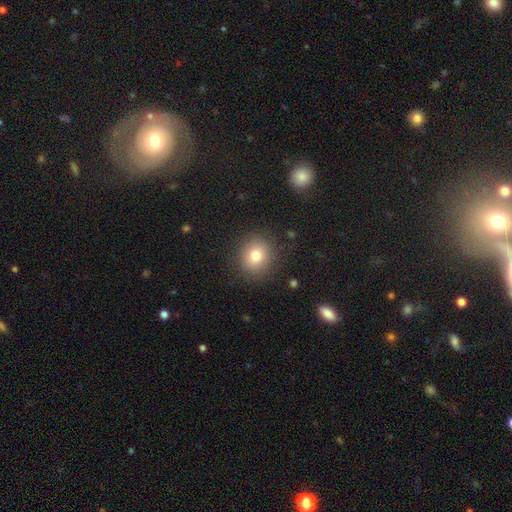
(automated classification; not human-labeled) Overall: smooth (80%). How rounded: round (79%). Merging: none (87%).